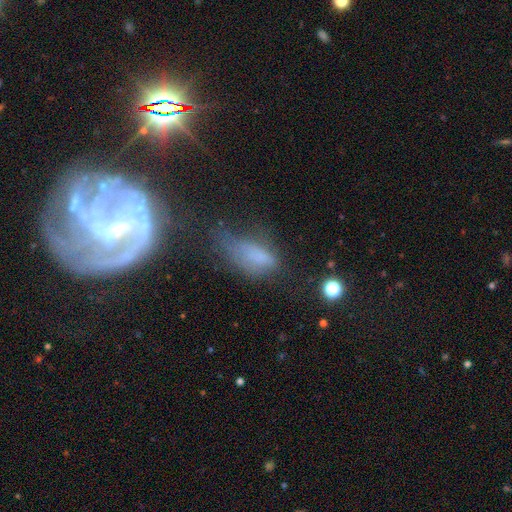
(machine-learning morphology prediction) Smooth or featured? smooth (59%)
How rounded? in between (81%)
Merging? minor disturbance (32%)